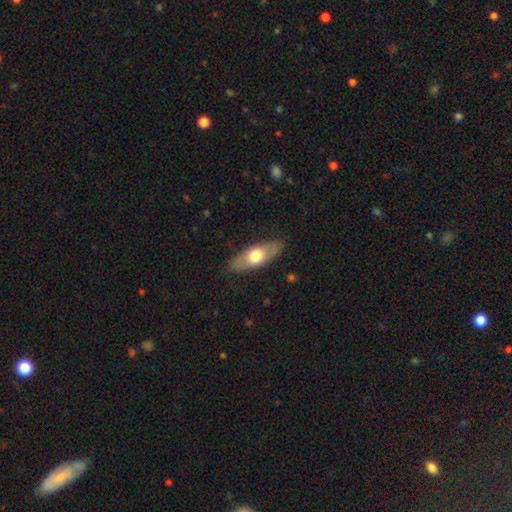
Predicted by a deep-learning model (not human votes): Smooth or featured?
  - smooth: 57% *
  - featured or disk: 37%
  - star or artifact: 5%
How rounded?
  - in between: 72% *
  - cigar-shaped: 25%
  - round: 4%
Merging?
  - none: 84% *
  - minor disturbance: 12%
  - major disturbance: 3%
  - merger: 1%